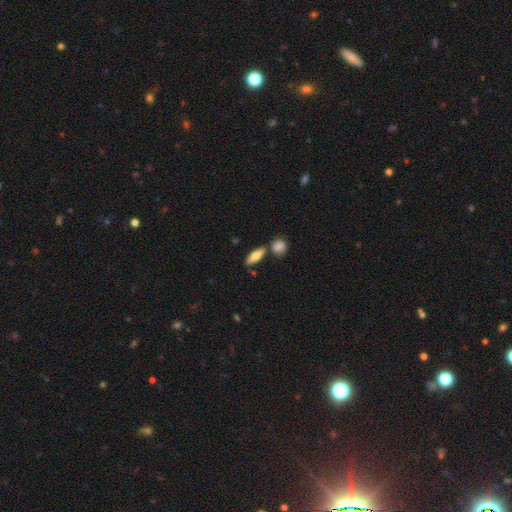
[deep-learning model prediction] Smooth or featured?
  - smooth: 74% *
  - featured or disk: 20%
  - star or artifact: 6%
How rounded?
  - in between: 64% *
  - cigar-shaped: 33%
  - round: 3%
Merging?
  - none: 73% *
  - merger: 13%
  - minor disturbance: 12%
  - major disturbance: 3%